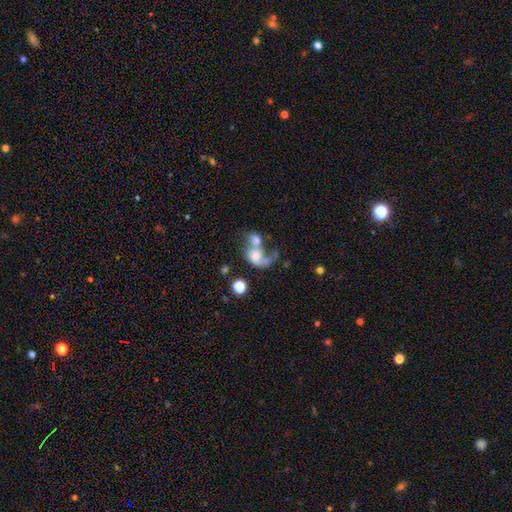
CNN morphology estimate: Q: Smooth or featured?
A: smooth (50%); runner-up: featured or disk (39%)
Q: How rounded?
A: in between (61%); runner-up: round (37%)
Q: Merging?
A: merger (62%); runner-up: major disturbance (20%)